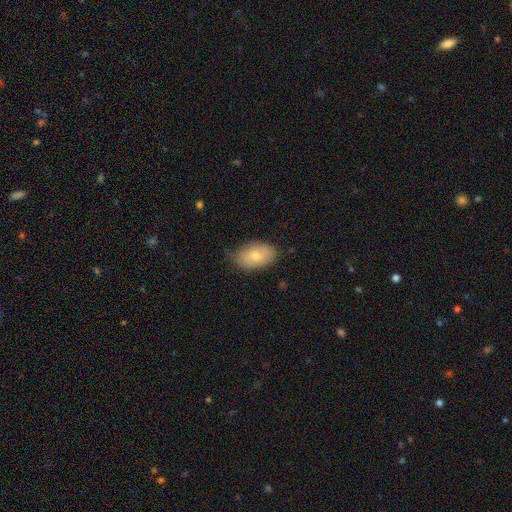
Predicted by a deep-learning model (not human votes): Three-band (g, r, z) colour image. It shows a smooth galaxy with no disk features (68%) that is in between round and cigar-shaped (89%). Merging: none (72%).